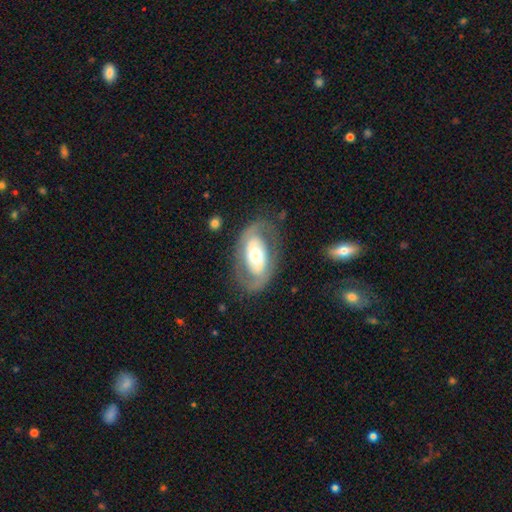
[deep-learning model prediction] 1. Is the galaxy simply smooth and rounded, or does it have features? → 70% featured or disk, 25% smooth, 5% star or artifact.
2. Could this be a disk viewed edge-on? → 93% no, 7% yes.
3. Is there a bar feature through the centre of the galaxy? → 63% no, 22% weak, 15% strong.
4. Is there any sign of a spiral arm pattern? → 55% yes, 45% no.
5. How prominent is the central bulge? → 65% moderate, 18% large, 13% small, 2% dominant, 1% none.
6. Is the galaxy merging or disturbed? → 76% none, 14% minor disturbance, 9% major disturbance, 1% merger.